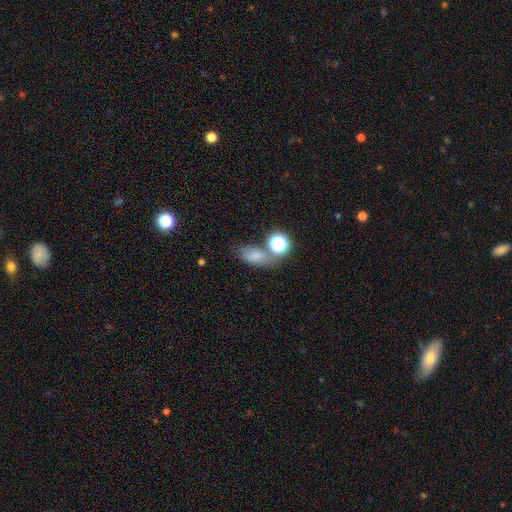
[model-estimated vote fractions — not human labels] Morphology: type=smooth (70%); roundness=in between (76%); merging=none (57%).